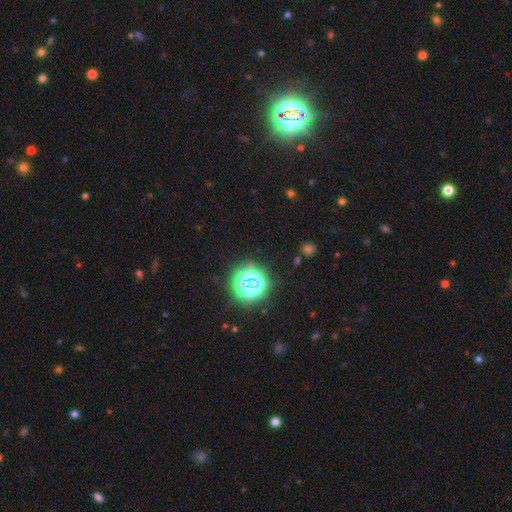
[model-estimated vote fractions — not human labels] A star or artifact, not a galaxy (76%).

Vote fractions:
- Smooth or featured? star or artifact: 76% / smooth: 19% / featured or disk: 5%